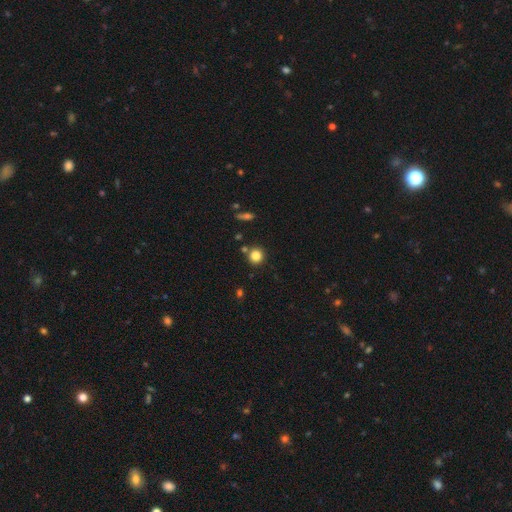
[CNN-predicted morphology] The model was most divided on "smooth or featured": smooth: 83%, star or artifact: 12%, featured or disk: 6%. More confident: how rounded — round (91%); merging — none (81%).